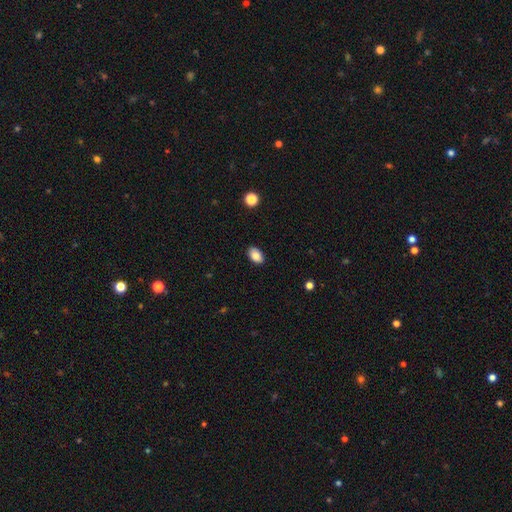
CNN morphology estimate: type=smooth (86%); roundness=in between (89%); merging=none (88%).